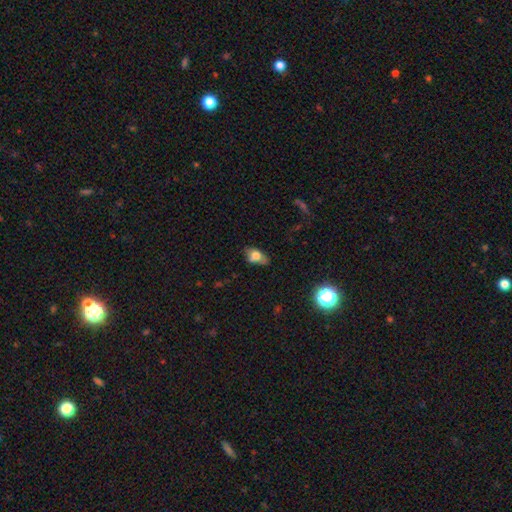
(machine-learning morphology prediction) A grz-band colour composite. It shows a smooth galaxy with no disk features (67%) that is in between round and cigar-shaped (84%). Merging: none (50%).